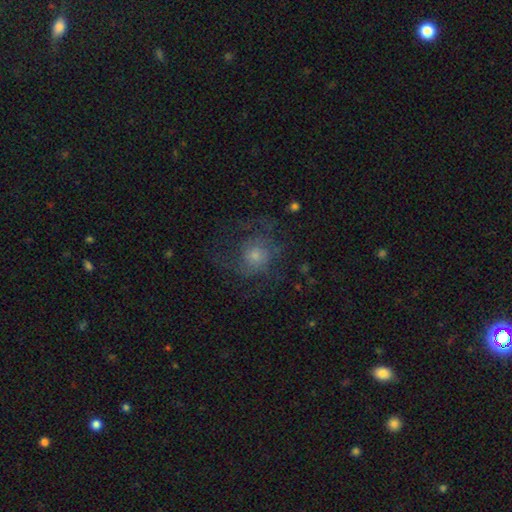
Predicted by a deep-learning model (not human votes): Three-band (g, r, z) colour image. It shows a featured or disk galaxy (48%). Merging: none (50%).